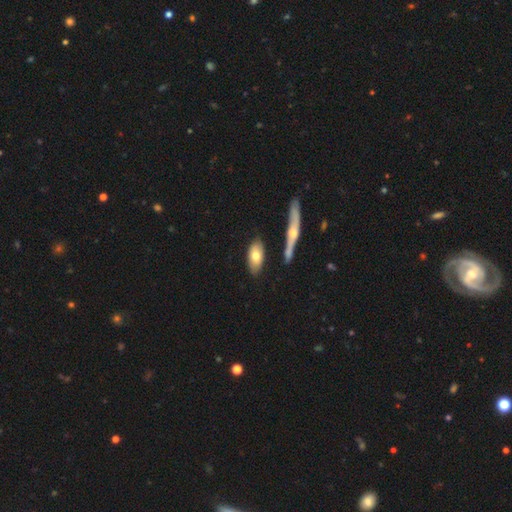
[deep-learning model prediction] Smooth or featured?
  - smooth: 69% *
  - featured or disk: 26%
  - star or artifact: 5%
How rounded?
  - in between: 86% *
  - cigar-shaped: 11%
  - round: 3%
Merging?
  - none: 78% *
  - minor disturbance: 13%
  - merger: 7%
  - major disturbance: 3%